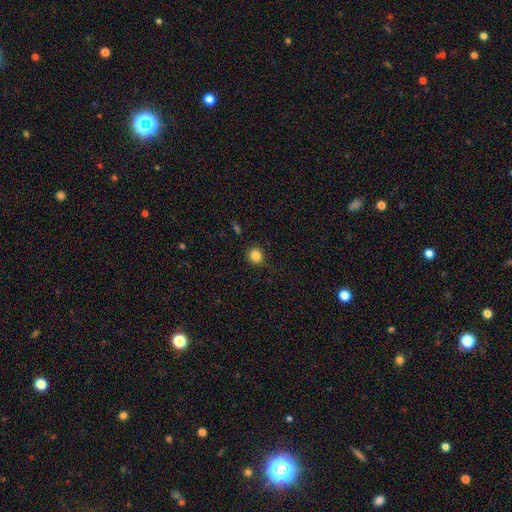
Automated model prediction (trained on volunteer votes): Q: Smooth or featured?
A: smooth (84%); runner-up: star or artifact (11%)
Q: How rounded?
A: round (90%); runner-up: in between (10%)
Q: Merging?
A: none (86%); runner-up: minor disturbance (10%)